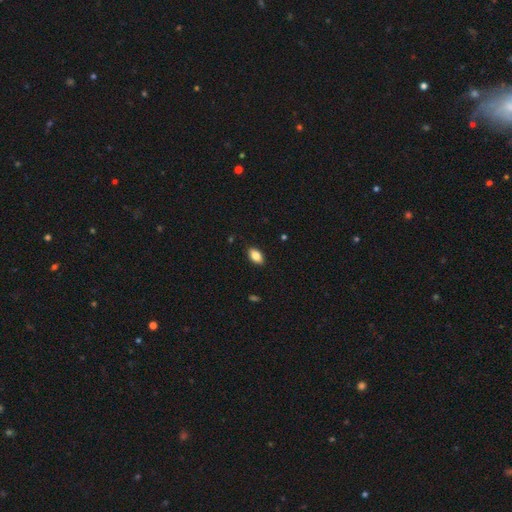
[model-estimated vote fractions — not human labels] Smooth or featured?
  - smooth: 82% *
  - featured or disk: 10%
  - star or artifact: 8%
How rounded?
  - in between: 91% *
  - round: 5%
  - cigar-shaped: 4%
Merging?
  - none: 88% *
  - minor disturbance: 9%
  - major disturbance: 2%
  - merger: 1%